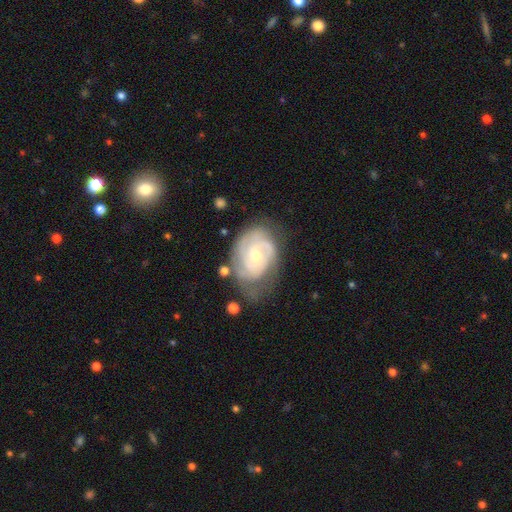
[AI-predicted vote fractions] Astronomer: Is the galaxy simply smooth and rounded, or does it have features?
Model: featured or disk — 84%.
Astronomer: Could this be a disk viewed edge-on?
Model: no — 97%.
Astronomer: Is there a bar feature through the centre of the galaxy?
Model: no — 66%.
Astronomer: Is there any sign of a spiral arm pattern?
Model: yes — 94%.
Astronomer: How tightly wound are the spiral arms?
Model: tight — 66%.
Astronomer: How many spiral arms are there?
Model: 2 — 35% (runner-up: can't tell, 29%).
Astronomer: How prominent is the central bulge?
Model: small — 54% (runner-up: moderate, 43%).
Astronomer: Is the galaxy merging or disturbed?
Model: none — 56%.